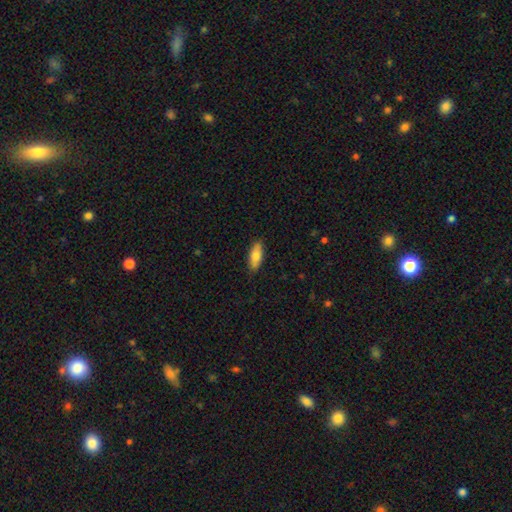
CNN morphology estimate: Smooth or featured?
  - smooth: 78% *
  - featured or disk: 16%
  - star or artifact: 6%
How rounded?
  - in between: 72% *
  - cigar-shaped: 26%
  - round: 2%
Merging?
  - none: 87% *
  - minor disturbance: 10%
  - major disturbance: 2%
  - merger: 1%